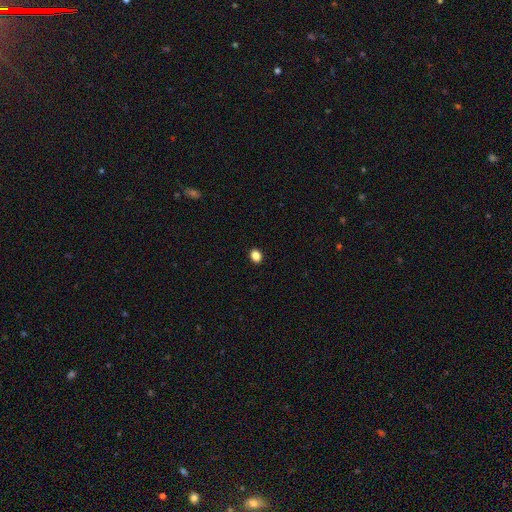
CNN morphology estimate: Smooth or featured: smooth — 86% (star or artifact — 11%)
How rounded: in between — 56% (round — 43%)
Merging: none — 92% (minor disturbance — 6%)